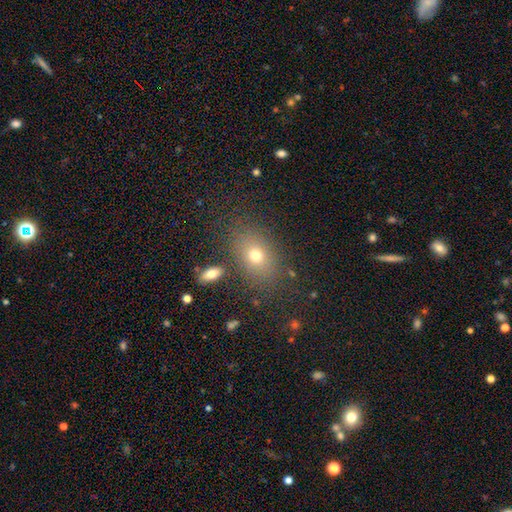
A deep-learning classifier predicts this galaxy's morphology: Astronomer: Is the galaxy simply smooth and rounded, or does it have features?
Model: smooth — 71%.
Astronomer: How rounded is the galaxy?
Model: in between — 74%.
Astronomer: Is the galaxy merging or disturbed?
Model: none — 79%.